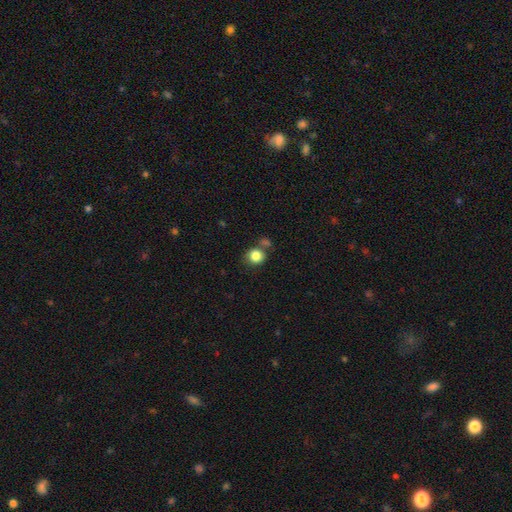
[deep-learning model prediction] Smooth or featured: smooth — 85% (star or artifact — 10%)
How rounded: round — 83% (in between — 16%)
Merging: none — 65% (merger — 17%)